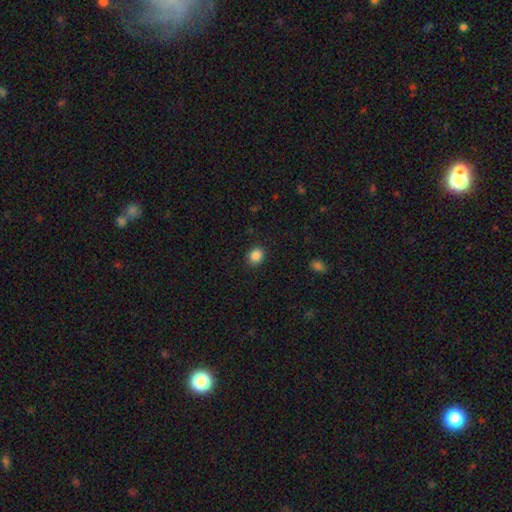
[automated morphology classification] Overall: smooth (87%). How rounded: round (67%; in between 32%). Merging: none (90%).